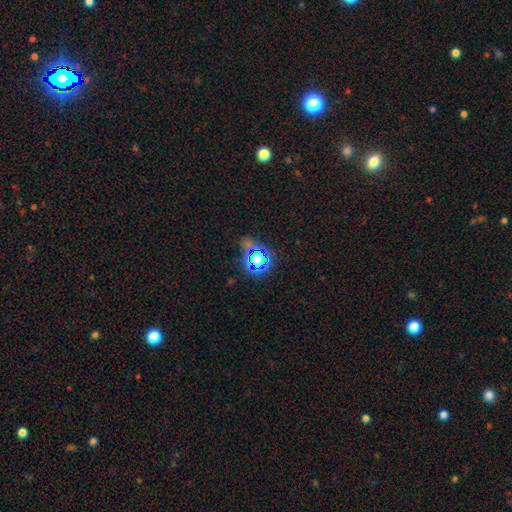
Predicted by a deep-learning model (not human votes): Smooth or featured? Predicted: star or artifact (p=0.67).